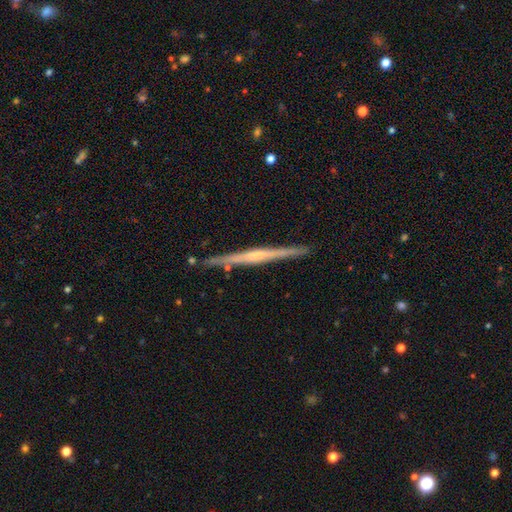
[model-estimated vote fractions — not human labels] Q: Smooth or featured?
A: featured or disk (75%); runner-up: smooth (20%)
Q: Edge-on disk?
A: yes (98%); runner-up: no (2%)
Q: Edge-on bulge?
A: none (45%); runner-up: rounded (41%)
Q: Merging?
A: none (88%); runner-up: minor disturbance (8%)